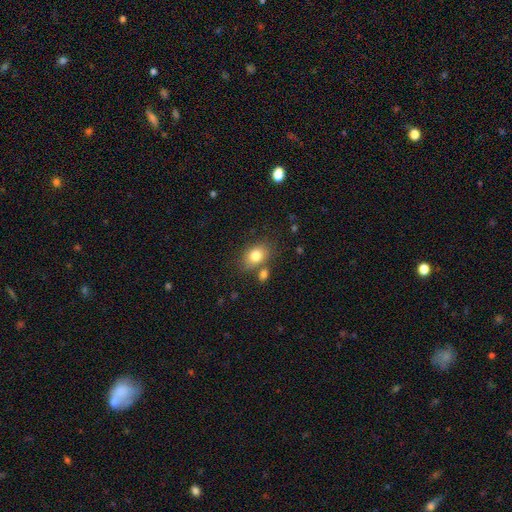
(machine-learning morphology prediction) Smooth or featured? smooth (80%)
How rounded? in between (73%)
Merging? none (67%)